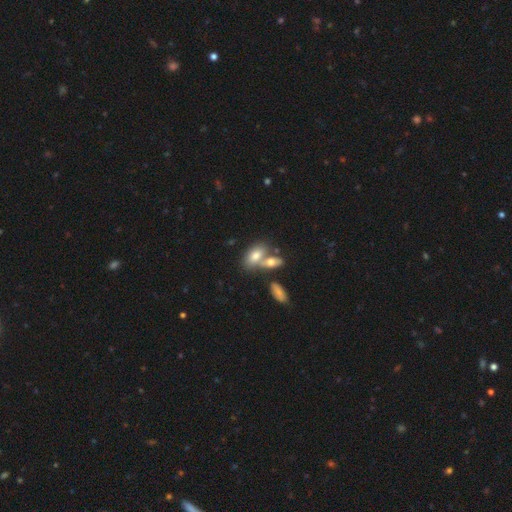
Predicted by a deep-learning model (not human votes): A smooth galaxy with no disk features (72%) that is in between round and cigar-shaped (89%). Merging: merger (45%).